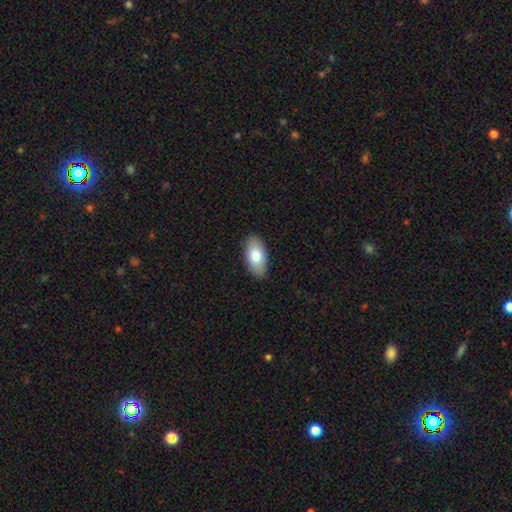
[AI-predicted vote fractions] This is likely a smooth galaxy (80%). How rounded: clearly in between (94%). Merging: clearly none (88%).